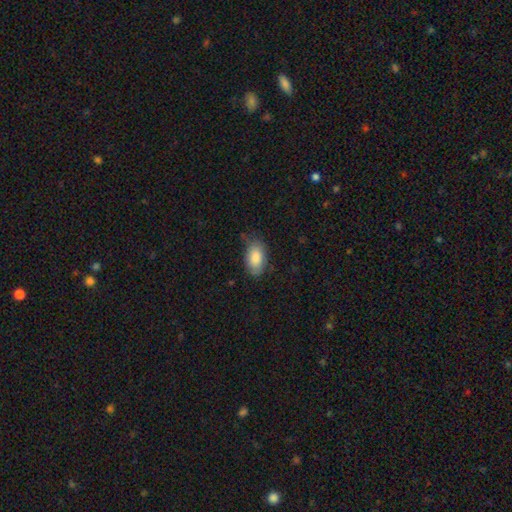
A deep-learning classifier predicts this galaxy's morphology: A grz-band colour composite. It shows a smooth galaxy with no disk features (85%) that is in between round and cigar-shaped (93%). Merging: none (69%).